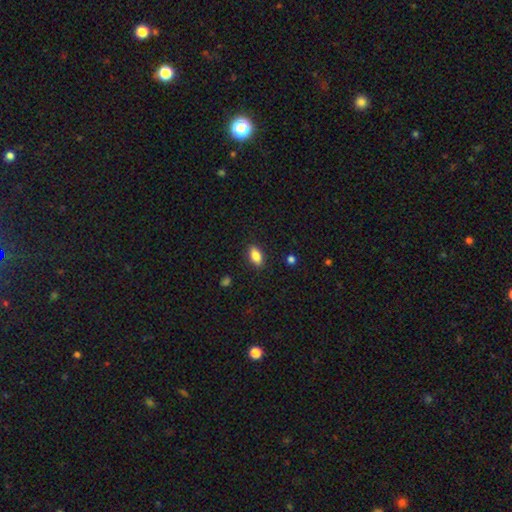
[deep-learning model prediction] smooth 83%, featured or disk 9%, star or artifact 8%. Down the decision tree: how rounded — in between (87%); merging — none (88%).